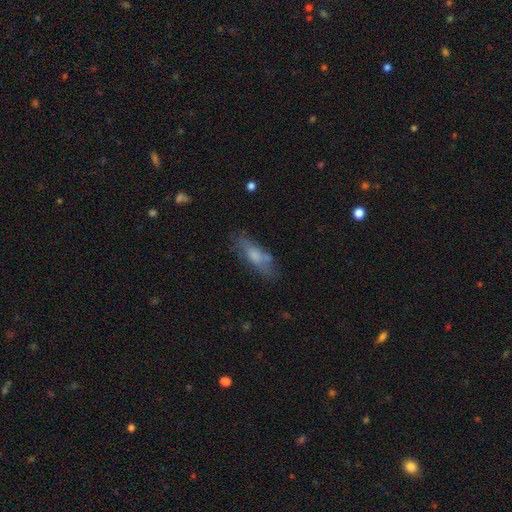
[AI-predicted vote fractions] smooth_or_featured: smooth (p=0.60) [alt: featured or disk p=0.32]
how_rounded: in between (p=0.53) [alt: cigar-shaped p=0.45]
merging: none (p=0.60) [alt: minor disturbance p=0.24]